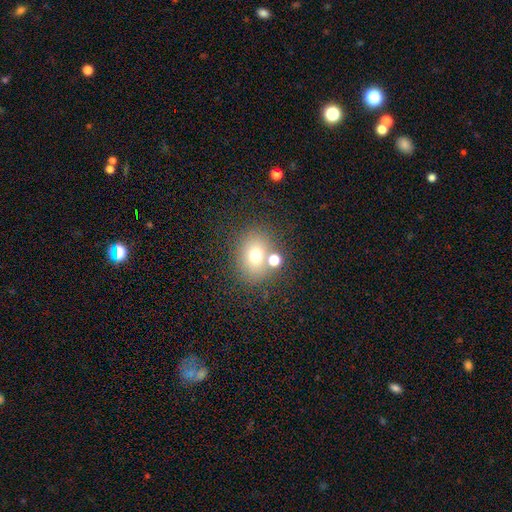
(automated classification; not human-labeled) smooth-or-featured: smooth: 69% | star or artifact: 16% | featured or disk: 15%
  how-rounded: round: 56% | in between: 43% | cigar-shaped: 1%
  merging: none: 65% | merger: 19% | minor disturbance: 11% | major disturbance: 5%